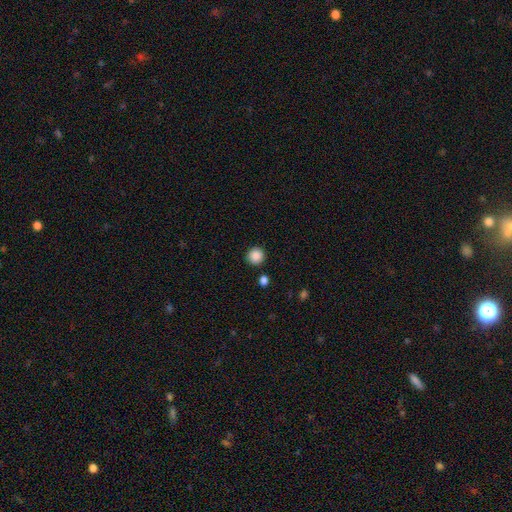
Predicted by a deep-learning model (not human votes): This appears to be a smooth galaxy with no disk features (88%) that is round (94%). Merging: none (89%).